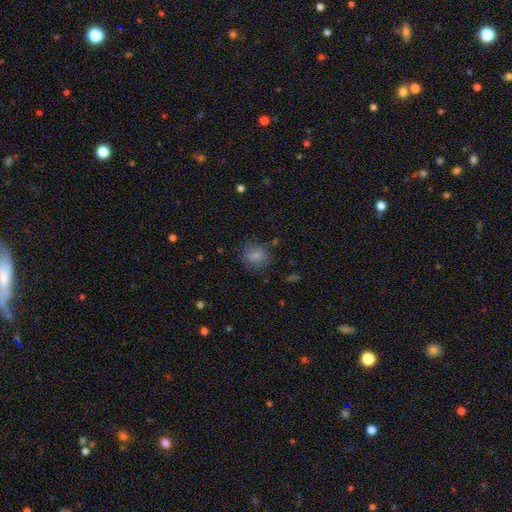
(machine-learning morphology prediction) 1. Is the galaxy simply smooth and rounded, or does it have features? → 83% smooth, 10% star or artifact, 7% featured or disk.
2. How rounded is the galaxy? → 72% round, 27% in between, 1% cigar-shaped.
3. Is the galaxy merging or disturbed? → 80% none, 14% minor disturbance, 5% major disturbance, 2% merger.